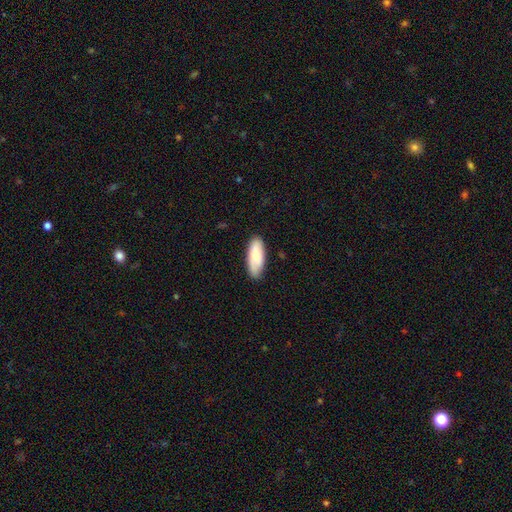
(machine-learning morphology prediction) smooth_or_featured: smooth (p=0.82) [alt: featured or disk p=0.12]
how_rounded: in between (p=0.76) [alt: cigar-shaped p=0.23]
merging: none (p=0.81) [alt: minor disturbance p=0.15]